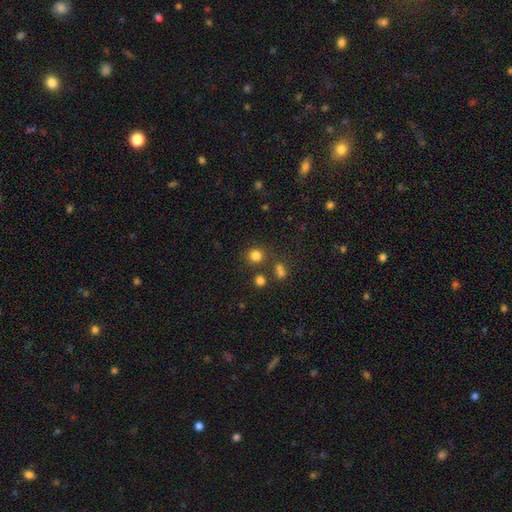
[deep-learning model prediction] The model was most divided on "smooth or featured": smooth: 81%, star or artifact: 15%, featured or disk: 5%. More confident: how rounded — round (88%); merging — none (80%).